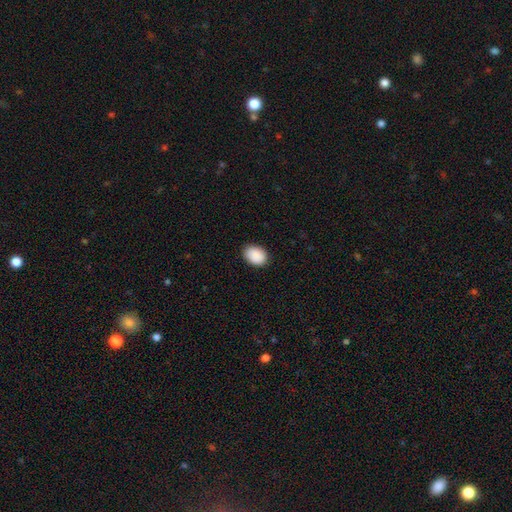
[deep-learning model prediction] This is clearly a smooth galaxy (91%). How rounded: likely in between (76%). Merging: clearly none (88%).